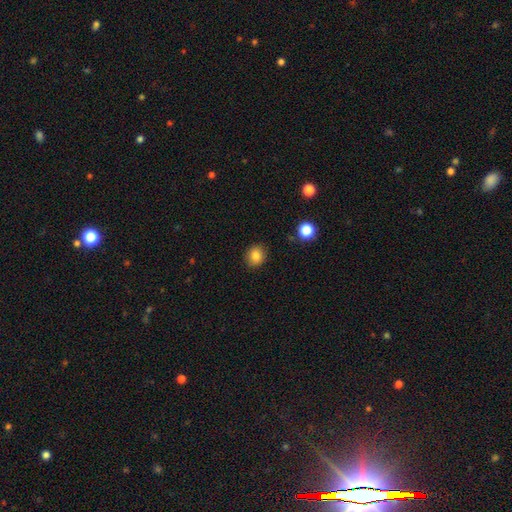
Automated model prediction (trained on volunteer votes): The model was most divided on "how rounded": round: 77%, in between: 22%, cigar-shaped: 1%. More confident: merging — none (89%); smooth or featured — smooth (84%).